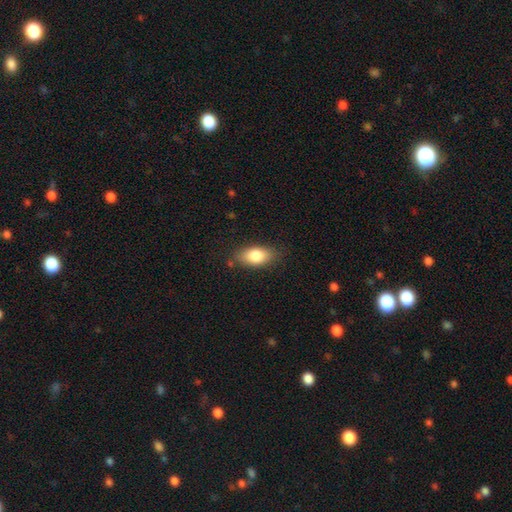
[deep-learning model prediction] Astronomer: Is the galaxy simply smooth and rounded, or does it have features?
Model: smooth — 82%.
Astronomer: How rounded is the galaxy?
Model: in between — 89%.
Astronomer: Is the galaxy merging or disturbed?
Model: none — 80%.